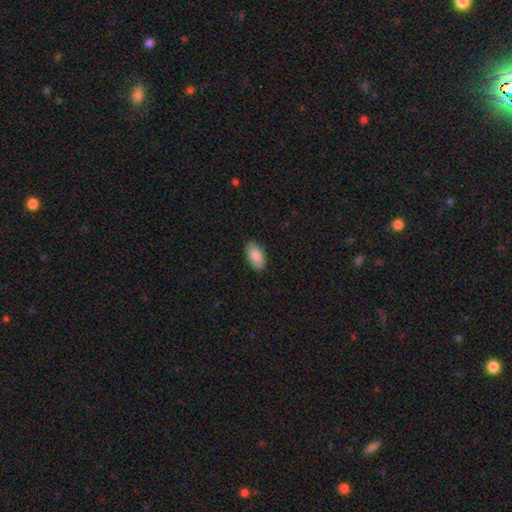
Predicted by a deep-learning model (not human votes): Q: Smooth or featured?
A: smooth (87%); runner-up: featured or disk (7%)
Q: How rounded?
A: in between (94%); runner-up: cigar-shaped (3%)
Q: Merging?
A: none (86%); runner-up: minor disturbance (11%)